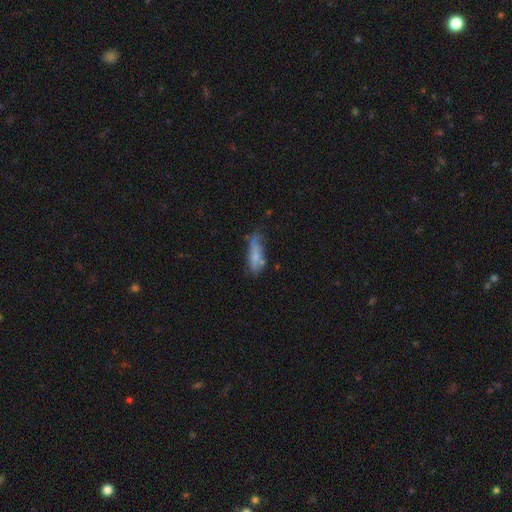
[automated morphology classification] type=smooth (65%); roundness=cigar-shaped (60%); merging=none (54%).